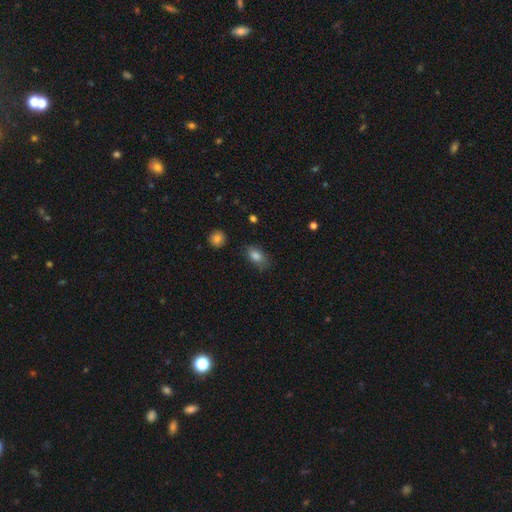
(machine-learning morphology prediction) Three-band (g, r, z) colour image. It shows a smooth galaxy with no disk features (83%) that is in between round and cigar-shaped (87%). Merging: none (73%).